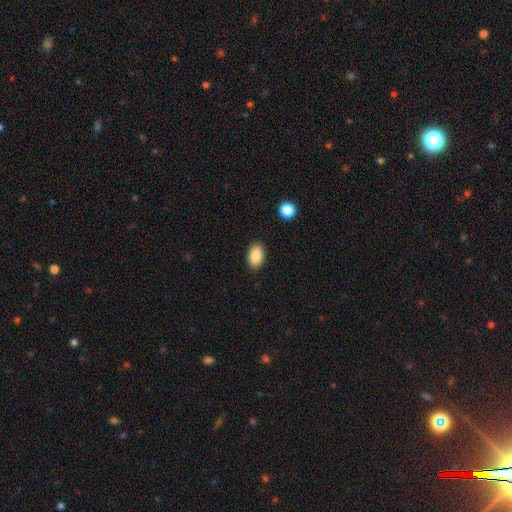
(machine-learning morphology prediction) A smooth galaxy with no disk features (88%) that is in between round and cigar-shaped (90%). Merging: none (88%).